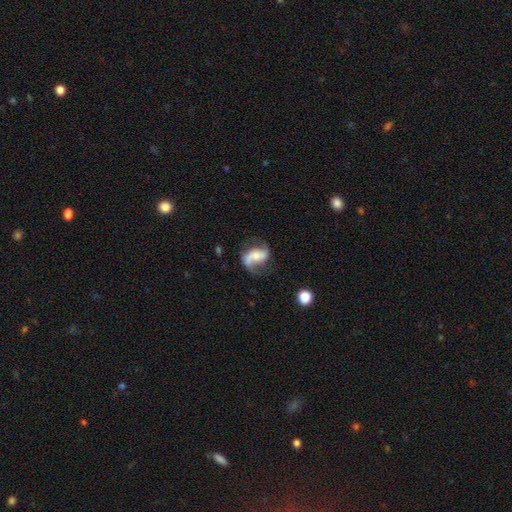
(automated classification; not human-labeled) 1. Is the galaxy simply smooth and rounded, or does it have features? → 76% featured or disk, 18% smooth, 7% star or artifact.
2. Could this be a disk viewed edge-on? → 97% no, 3% yes.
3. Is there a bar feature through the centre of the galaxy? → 46% no, 34% weak, 20% strong.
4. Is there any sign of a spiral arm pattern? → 93% yes, 7% no.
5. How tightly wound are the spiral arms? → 59% loose, 32% medium, 9% tight.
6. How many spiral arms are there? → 75% 2, 19% 1, 4% can't tell, 1% 3, 1% 4, 1% more than 4.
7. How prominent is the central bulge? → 41% small, 39% moderate, 10% none, 8% large, 2% dominant.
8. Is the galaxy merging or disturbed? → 56% none, 22% minor disturbance, 19% major disturbance, 3% merger.